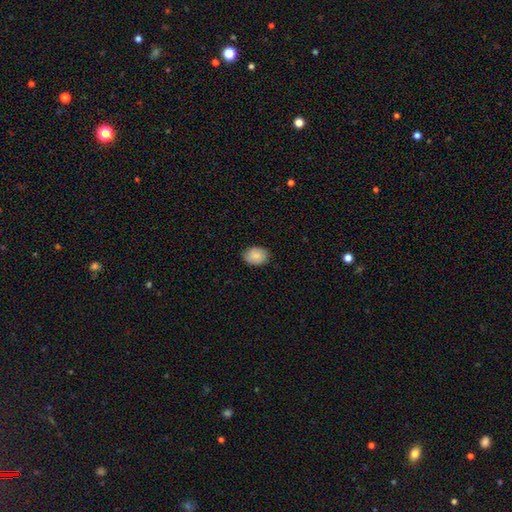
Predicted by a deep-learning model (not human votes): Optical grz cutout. It shows a smooth galaxy with no disk features (84%) that is in between round and cigar-shaped (70%). Merging: none (83%).